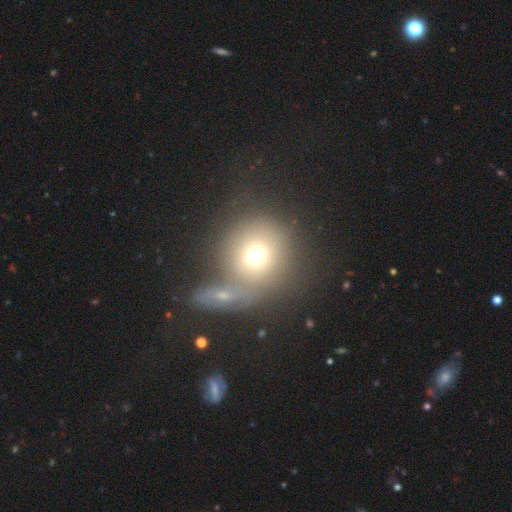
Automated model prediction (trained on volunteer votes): Morphology: type=smooth (70%); roundness=round (88%); merging=none (45%).